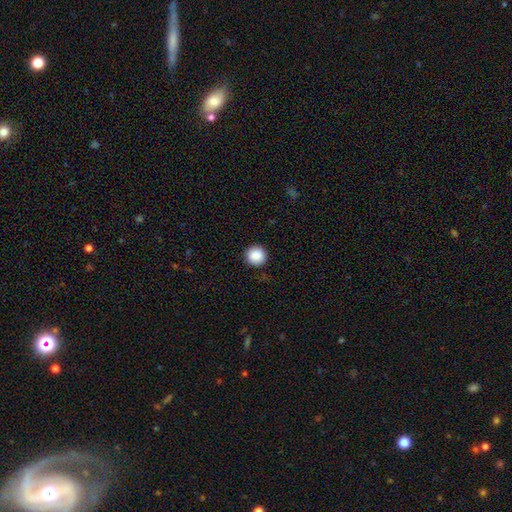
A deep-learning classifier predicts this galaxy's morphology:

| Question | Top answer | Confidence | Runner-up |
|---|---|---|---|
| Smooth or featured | smooth | 88% | star or artifact (8%) |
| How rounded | round | 95% | in between (4%) |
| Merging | none | 92% | minor disturbance (5%) |